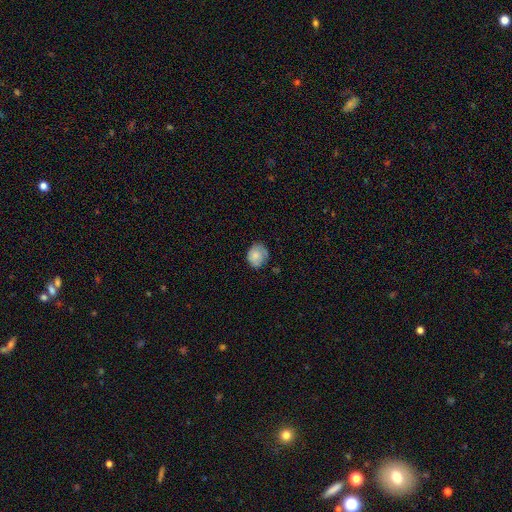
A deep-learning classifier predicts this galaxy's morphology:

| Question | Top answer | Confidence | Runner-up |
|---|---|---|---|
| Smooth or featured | smooth | 77% | featured or disk (15%) |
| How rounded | round | 71% | in between (28%) |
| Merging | none | 68% | minor disturbance (25%) |